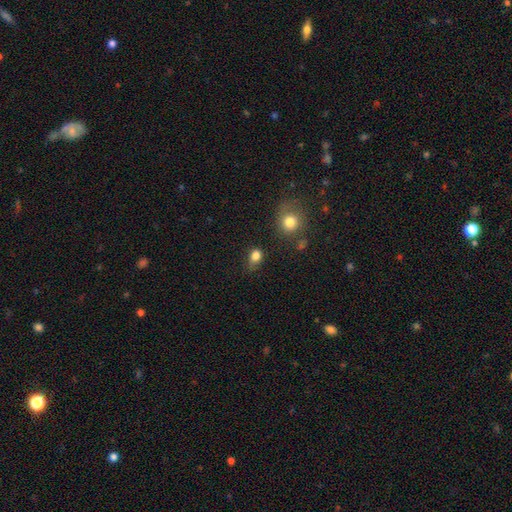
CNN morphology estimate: smooth_or_featured: smooth (p=0.83) [alt: star or artifact p=0.12]
how_rounded: in between (p=0.57) [alt: round p=0.41]
merging: none (p=0.53) [alt: minor disturbance p=0.31]